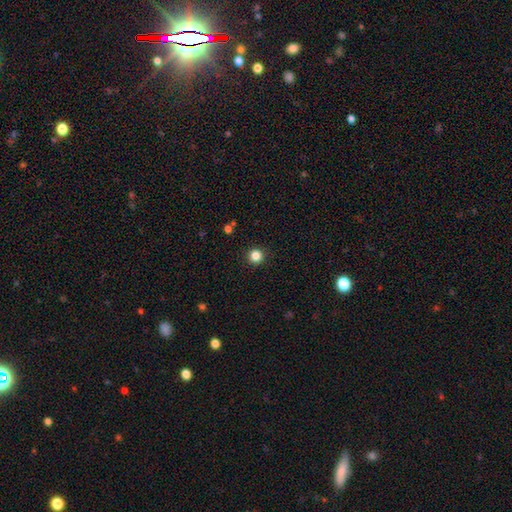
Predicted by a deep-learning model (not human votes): This appears to be a smooth galaxy with no disk features (84%) that is round (95%). Merging: none (93%).